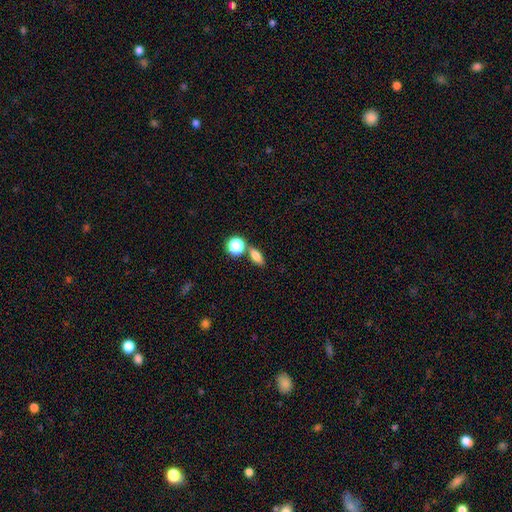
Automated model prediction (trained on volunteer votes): Smooth or featured: smooth — 73% (featured or disk — 14%)
How rounded: in between — 67% (round — 18%)
Merging: none — 73% (merger — 14%)